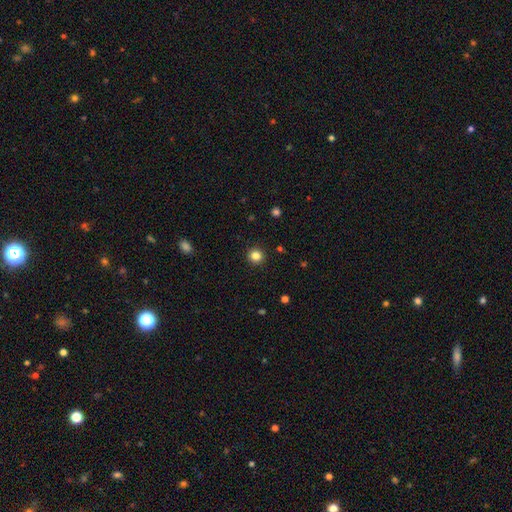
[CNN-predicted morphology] This appears to be a smooth galaxy with no disk features (83%) that is round (94%). Merging: none (92%).